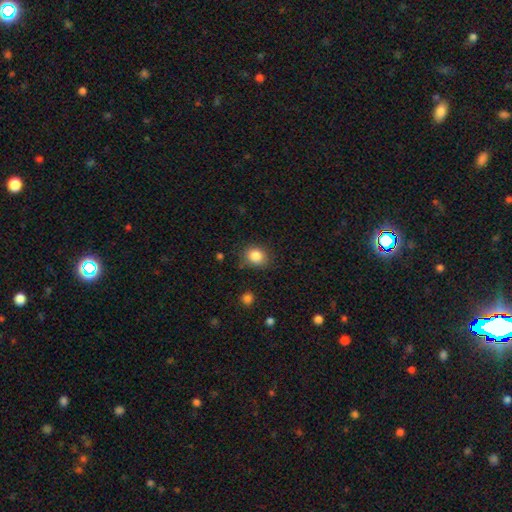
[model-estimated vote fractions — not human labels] A smooth galaxy with no disk features (85%) that is round (68%). Merging: none (78%).